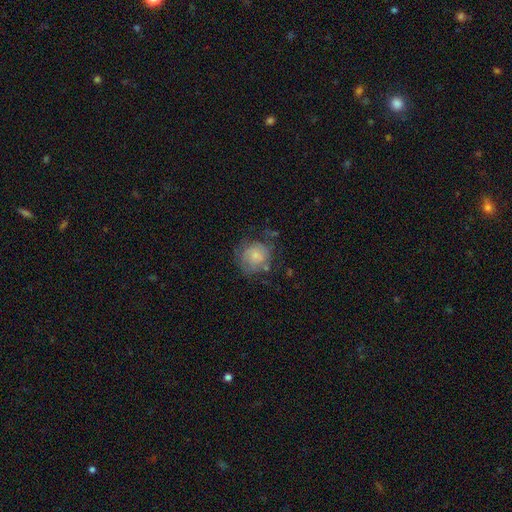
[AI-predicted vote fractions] A smooth galaxy with no disk features (60%) that is round (83%).

Vote fractions:
- Smooth or featured? smooth: 60% / featured or disk: 32% / star or artifact: 8%
- How rounded? round: 83% / in between: 16% / cigar-shaped: 1%
- Merging? none: 52% / minor disturbance: 26% / major disturbance: 17% / merger: 4%